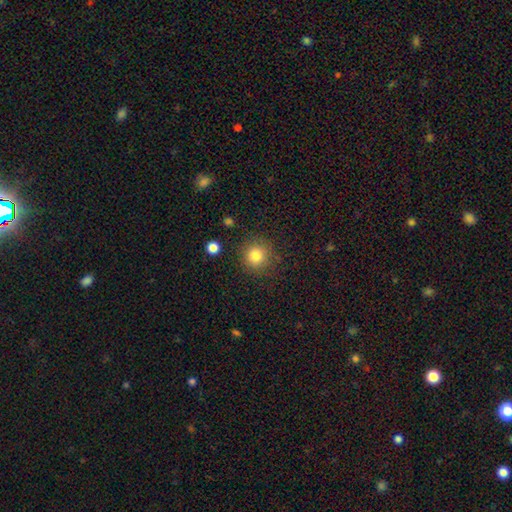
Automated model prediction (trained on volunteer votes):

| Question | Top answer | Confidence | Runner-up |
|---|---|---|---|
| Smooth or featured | smooth | 83% | star or artifact (11%) |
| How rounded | round | 93% | in between (6%) |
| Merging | none | 87% | minor disturbance (8%) |